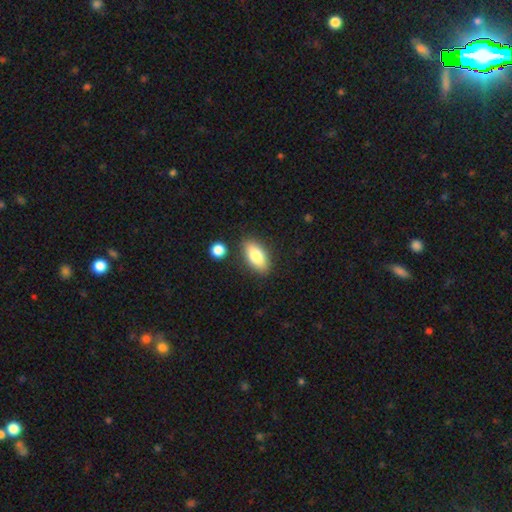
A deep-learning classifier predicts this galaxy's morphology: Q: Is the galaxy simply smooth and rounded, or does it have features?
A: smooth — 79%.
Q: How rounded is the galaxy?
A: in between — 86%.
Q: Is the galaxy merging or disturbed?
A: none — 83%.